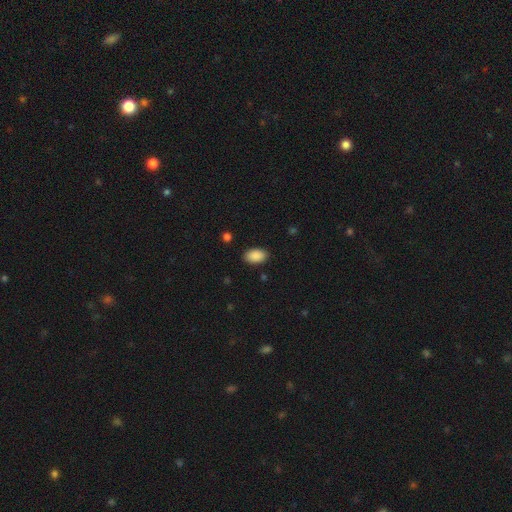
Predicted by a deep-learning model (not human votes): Smooth or featured?
  - smooth: 89% *
  - star or artifact: 7%
  - featured or disk: 4%
How rounded?
  - in between: 93% *
  - round: 6%
  - cigar-shaped: 1%
Merging?
  - none: 88% *
  - minor disturbance: 9%
  - major disturbance: 2%
  - merger: 1%